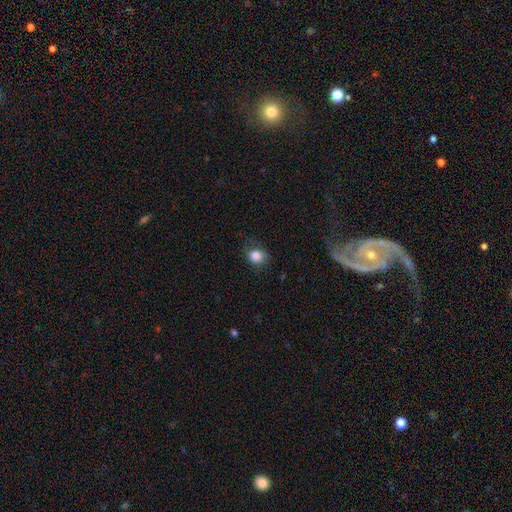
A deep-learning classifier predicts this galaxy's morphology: A smooth galaxy with no disk features (84%) that is round (67%).

Vote fractions:
- Smooth or featured? smooth: 84% / star or artifact: 9% / featured or disk: 7%
- How rounded? round: 67% / in between: 32% / cigar-shaped: 1%
- Merging? none: 60% / minor disturbance: 26% / major disturbance: 12% / merger: 1%